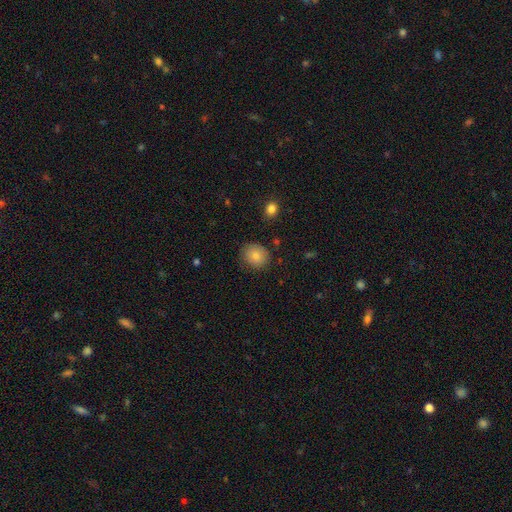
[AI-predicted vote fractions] smooth-or-featured: smooth: 83% | star or artifact: 9% | featured or disk: 8%
  how-rounded: round: 75% | in between: 24% | cigar-shaped: 1%
  merging: none: 81% | minor disturbance: 14% | major disturbance: 4% | merger: 2%